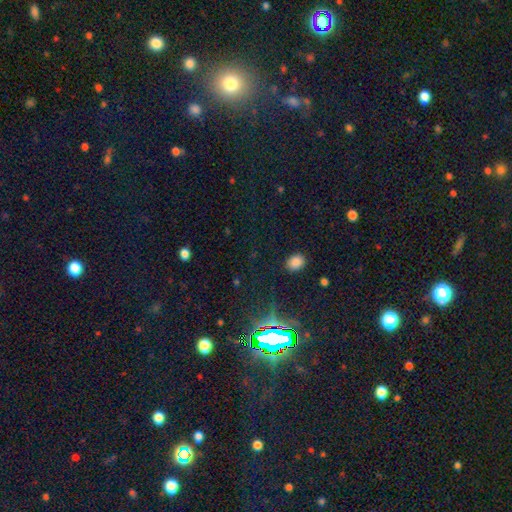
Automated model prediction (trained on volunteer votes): A star or artifact, not a galaxy (74%).

Vote fractions:
- Smooth or featured? star or artifact: 74% / smooth: 18% / featured or disk: 8%